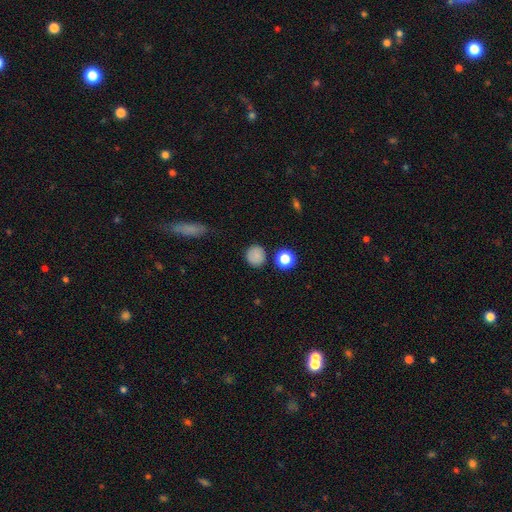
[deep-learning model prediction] Morphology: type=smooth (82%); roundness=round (89%); merging=none (83%).